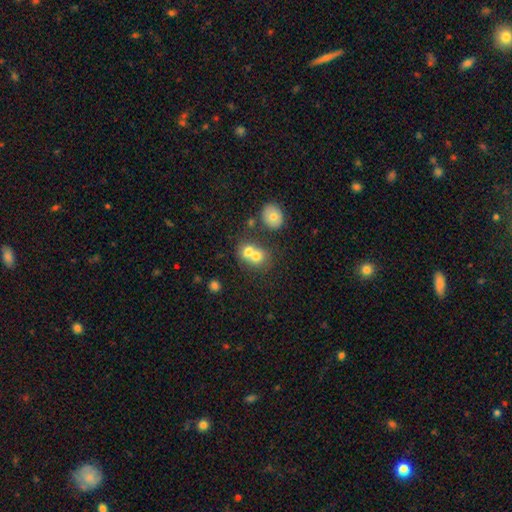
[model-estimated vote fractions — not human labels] Morphology: type=smooth (71%); roundness=round (67%); merging=merger (61%).